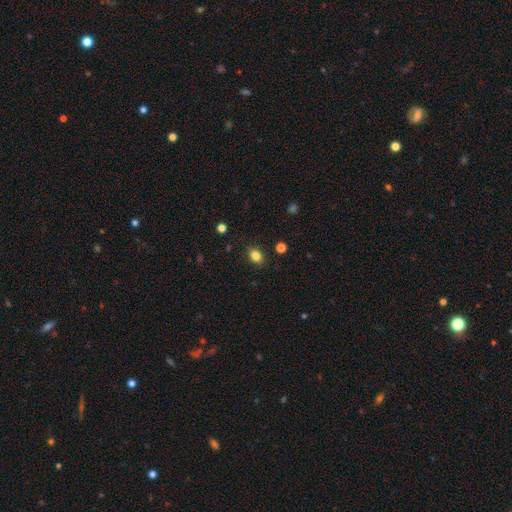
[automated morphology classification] smooth 83%, star or artifact 12%, featured or disk 5%. Down the decision tree: how rounded — in between (57%); merging — none (86%).